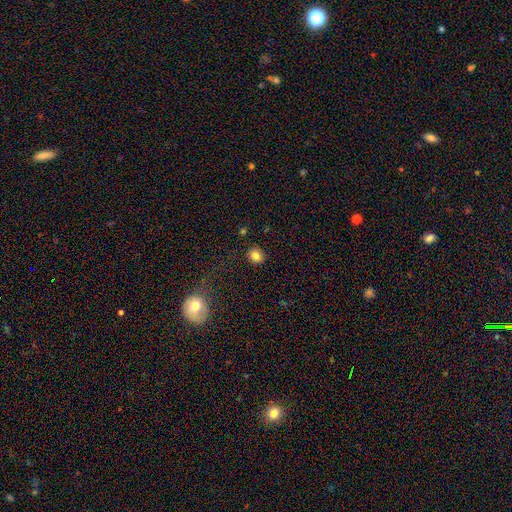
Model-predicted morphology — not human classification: Overall: smooth (82%). How rounded: round (82%). Merging: none (89%).